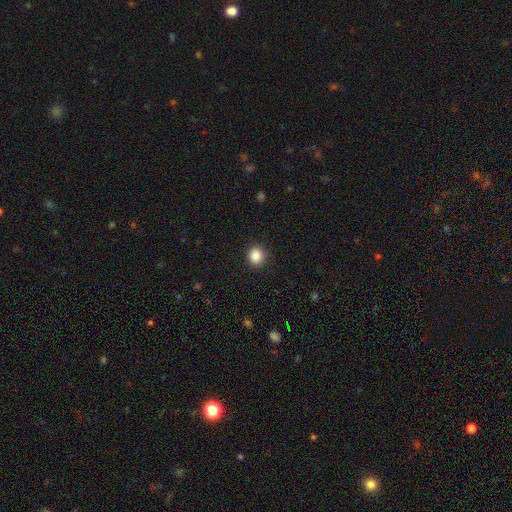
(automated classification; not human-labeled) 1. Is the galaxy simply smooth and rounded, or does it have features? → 87% smooth, 10% star or artifact, 3% featured or disk.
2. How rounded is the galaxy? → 84% round, 15% in between, 1% cigar-shaped.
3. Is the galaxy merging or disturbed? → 89% none, 8% minor disturbance, 3% major disturbance, 1% merger.